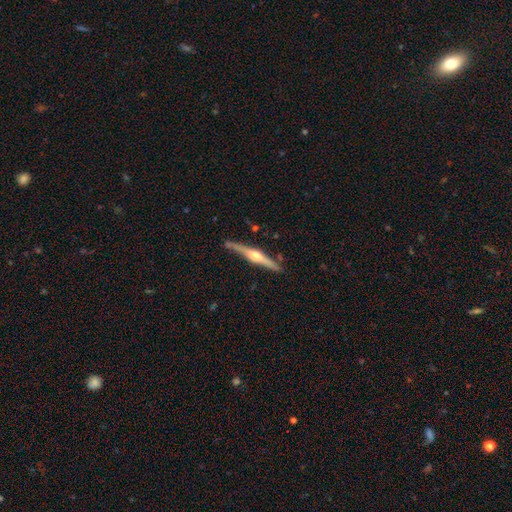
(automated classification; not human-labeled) This appears to be a featured or disk galaxy (79%) viewed edge-on (98%) with a rounded central bulge (90%). Merging: none (84%).